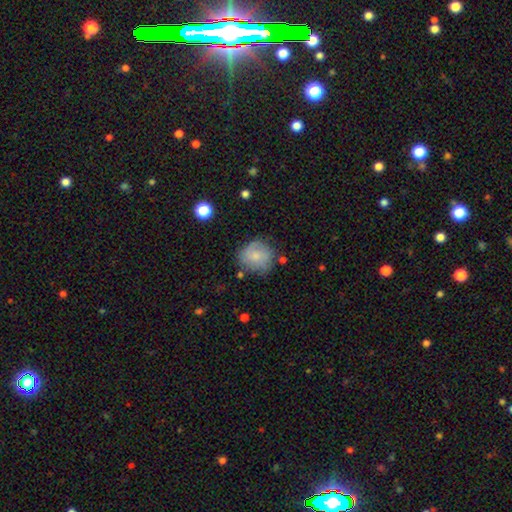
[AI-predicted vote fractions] Smooth or featured?
  - smooth: 66% *
  - featured or disk: 26%
  - star or artifact: 8%
How rounded?
  - round: 82% *
  - in between: 17%
  - cigar-shaped: 1%
Merging?
  - none: 63% *
  - minor disturbance: 25%
  - major disturbance: 9%
  - merger: 4%